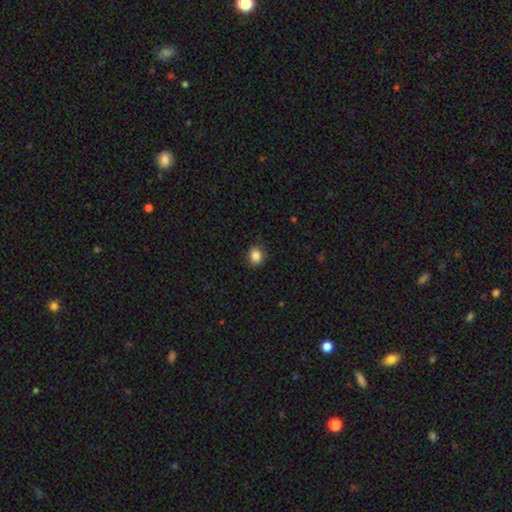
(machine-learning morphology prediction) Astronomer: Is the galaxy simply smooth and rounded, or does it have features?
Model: smooth — 86%.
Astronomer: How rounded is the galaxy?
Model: round — 72%.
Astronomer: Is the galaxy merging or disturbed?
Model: none — 87%.